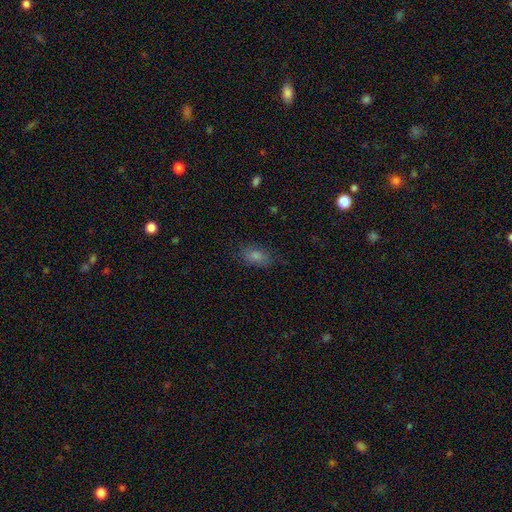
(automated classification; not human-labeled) Smooth or featured? Predicted: smooth (p=0.68). How rounded? Predicted: in between (p=0.83). Merging? Predicted: none (p=0.81).